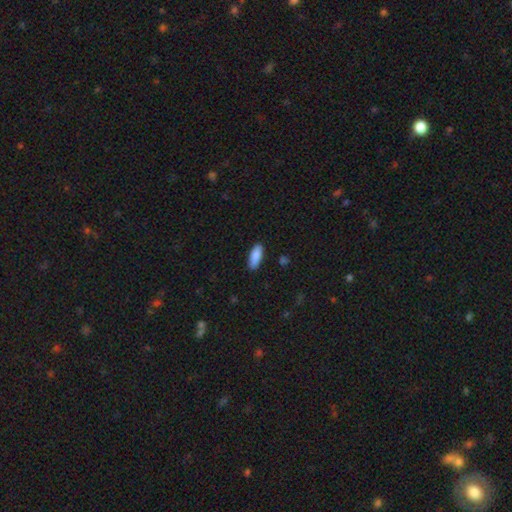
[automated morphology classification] A smooth galaxy with no disk features (88%) that is in between round and cigar-shaped (76%). Merging: none (87%).